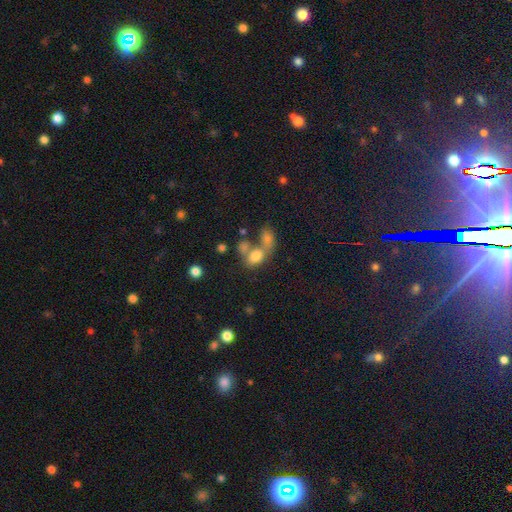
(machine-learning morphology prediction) A smooth galaxy with no disk features (74%) that is in between round and cigar-shaped (77%).

Vote fractions:
- Smooth or featured? smooth: 74% / featured or disk: 14% / star or artifact: 12%
- How rounded? in between: 77% / round: 20% / cigar-shaped: 2%
- Merging? merger: 57% / none: 26% / minor disturbance: 9% / major disturbance: 8%